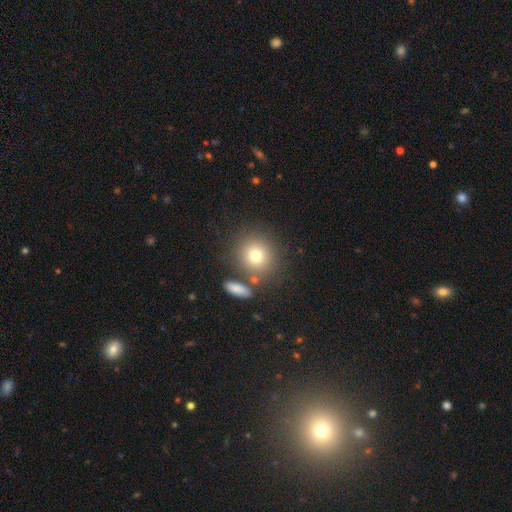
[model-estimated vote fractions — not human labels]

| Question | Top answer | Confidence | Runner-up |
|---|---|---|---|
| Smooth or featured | smooth | 75% | featured or disk (12%) |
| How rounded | round | 89% | in between (10%) |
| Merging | none | 76% | merger (11%) |